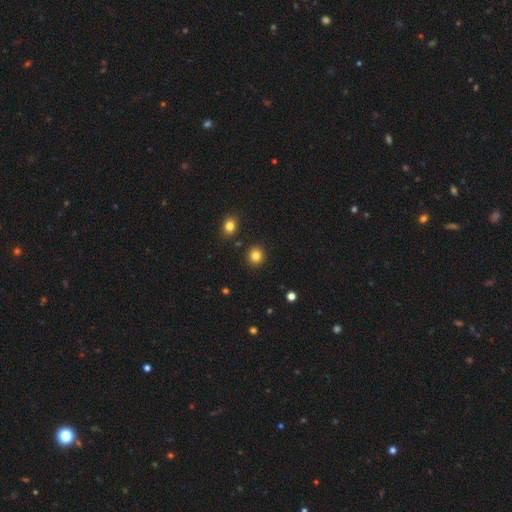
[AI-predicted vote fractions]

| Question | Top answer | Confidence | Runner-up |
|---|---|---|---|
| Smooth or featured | smooth | 83% | star or artifact (12%) |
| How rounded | round | 89% | in between (10%) |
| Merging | none | 90% | minor disturbance (6%) |